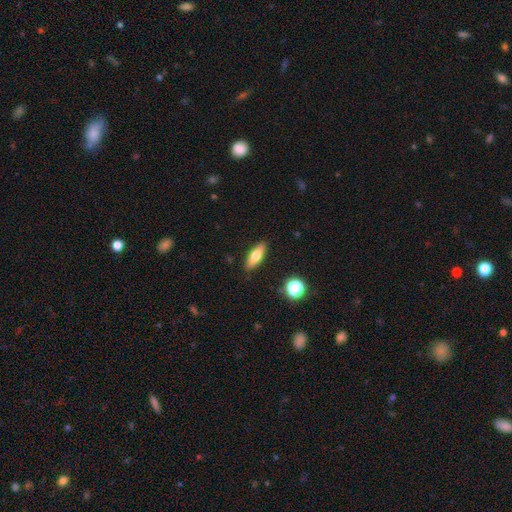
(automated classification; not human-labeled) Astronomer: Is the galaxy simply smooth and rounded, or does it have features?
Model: smooth — 70%.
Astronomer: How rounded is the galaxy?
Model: in between — 63%.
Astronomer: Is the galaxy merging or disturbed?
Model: none — 88%.